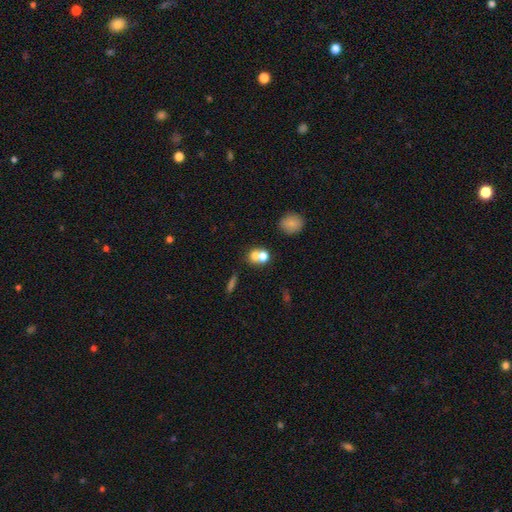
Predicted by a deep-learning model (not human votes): Smooth or featured? Predicted: smooth (p=0.70). How rounded? Predicted: round (p=0.72). Merging? Predicted: merger (p=0.54).